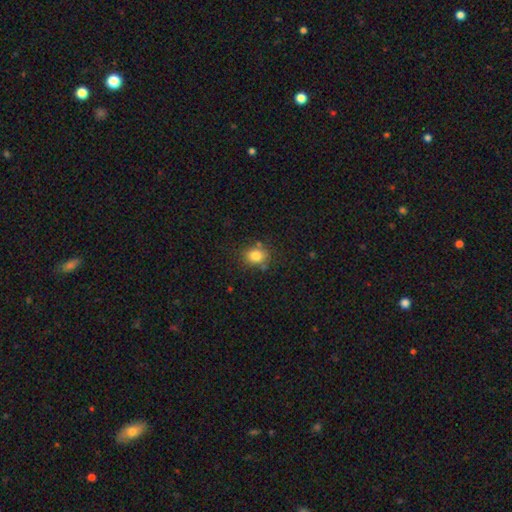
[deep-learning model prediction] A smooth galaxy with no disk features (82%) that is round (63%). Merging: none (74%).